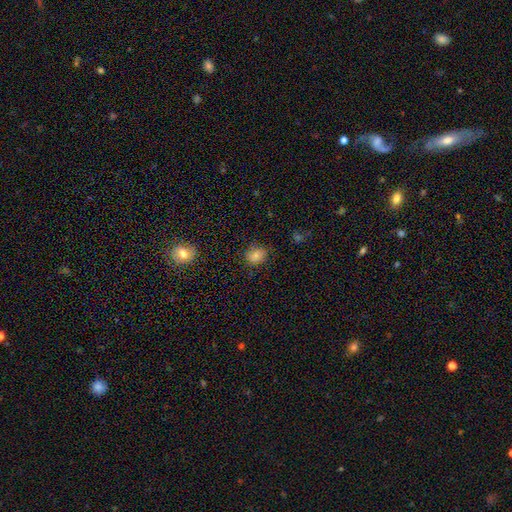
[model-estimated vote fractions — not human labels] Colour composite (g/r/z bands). It shows a smooth galaxy with no disk features (80%) that is round (61%). Merging: none (78%).